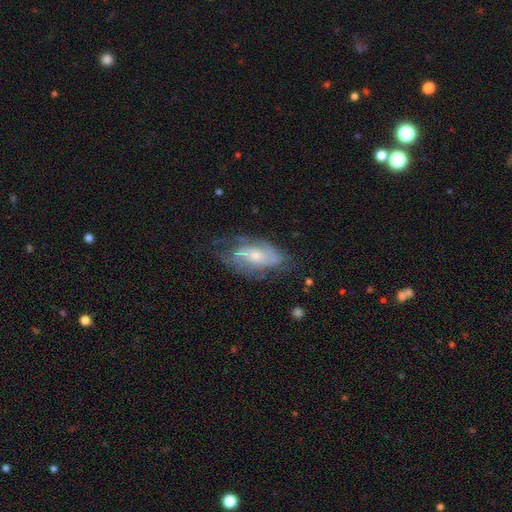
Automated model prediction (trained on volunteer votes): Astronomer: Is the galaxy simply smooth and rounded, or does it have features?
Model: featured or disk — 76%.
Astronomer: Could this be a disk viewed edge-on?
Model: no — 94%.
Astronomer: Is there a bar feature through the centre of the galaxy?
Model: no — 58% (runner-up: weak, 34%).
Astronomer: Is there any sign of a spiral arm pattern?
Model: yes — 89%.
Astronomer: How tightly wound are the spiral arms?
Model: medium — 45% (runner-up: tight, 34%).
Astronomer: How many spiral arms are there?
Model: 2 — 53%.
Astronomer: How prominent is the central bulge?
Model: small — 49% (runner-up: moderate, 42%).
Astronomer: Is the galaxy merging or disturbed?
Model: none — 60%.